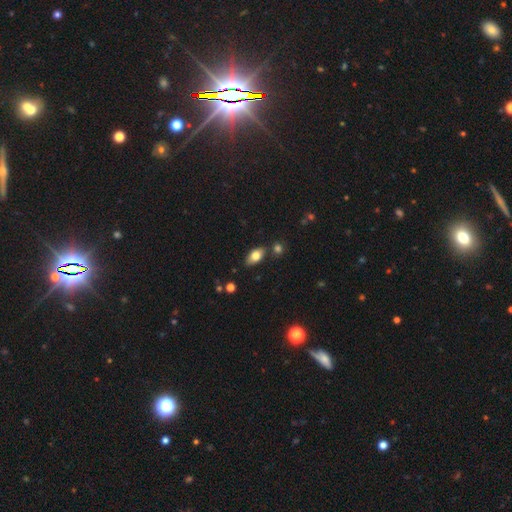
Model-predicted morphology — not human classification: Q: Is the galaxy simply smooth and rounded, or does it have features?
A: smooth — 78%.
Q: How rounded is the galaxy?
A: in between — 89%.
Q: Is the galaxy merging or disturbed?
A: none — 76%.